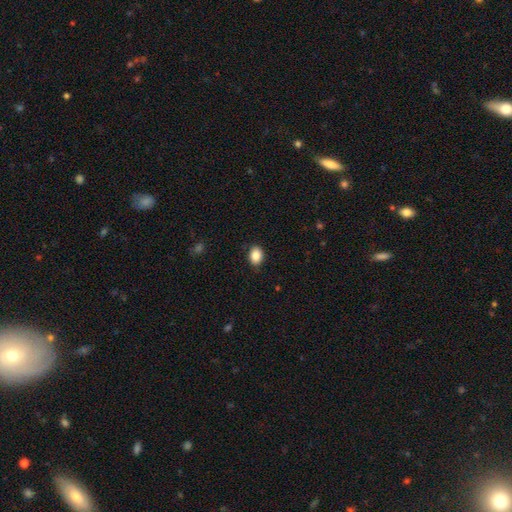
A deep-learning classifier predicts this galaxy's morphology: Smooth or featured? Predicted: smooth (p=0.86). How rounded? Predicted: in between (p=0.69). Merging? Predicted: none (p=0.87).